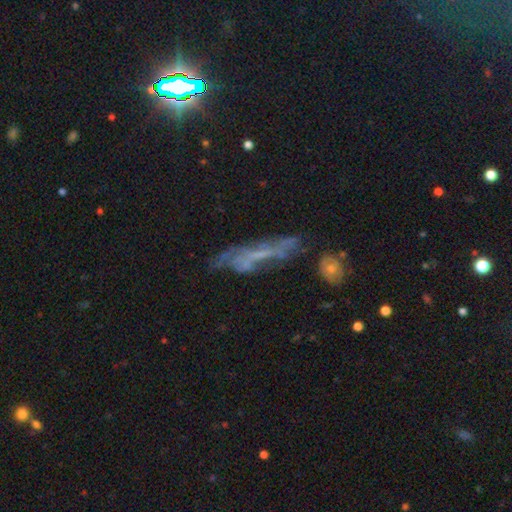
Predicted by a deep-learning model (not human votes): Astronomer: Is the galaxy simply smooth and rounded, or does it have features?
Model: featured or disk — 49% (runner-up: smooth, 27%).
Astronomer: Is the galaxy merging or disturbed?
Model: none — 52%.